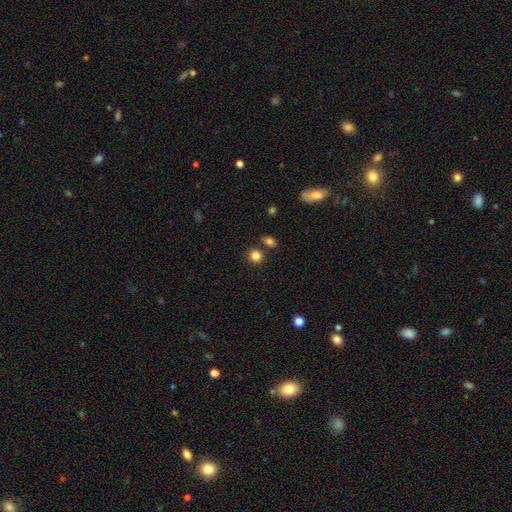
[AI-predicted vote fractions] smooth_or_featured: smooth (p=0.84) [alt: star or artifact p=0.11]
how_rounded: round (p=0.87) [alt: in between p=0.12]
merging: none (p=0.79) [alt: merger p=0.11]